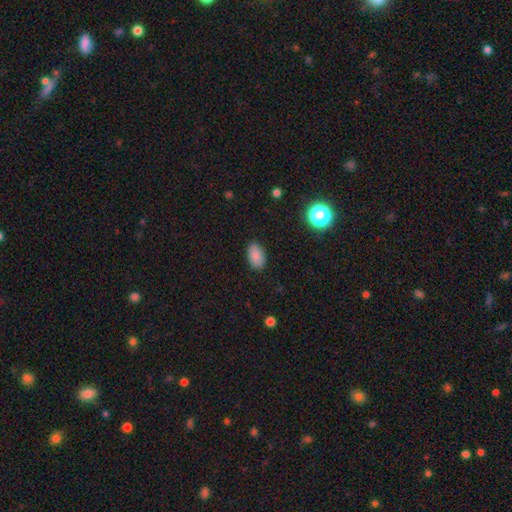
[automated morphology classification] A smooth galaxy with no disk features (85%) that is in between round and cigar-shaped (92%). Merging: none (88%).